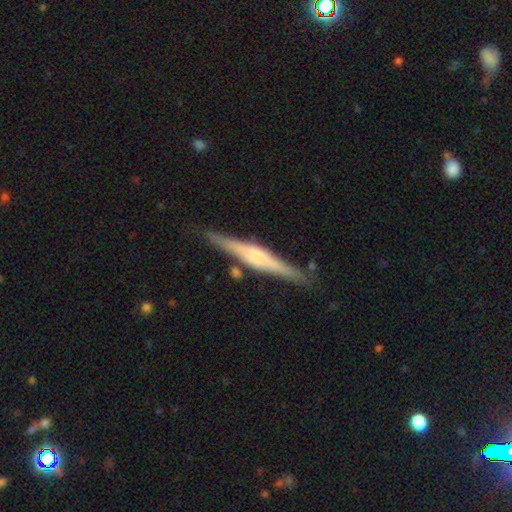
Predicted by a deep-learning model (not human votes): This is likely a featured or disk galaxy (69%). It is clearly viewed edge-on (97%). Edge-on bulge: possibly rounded (57%). Merging: clearly none (84%).